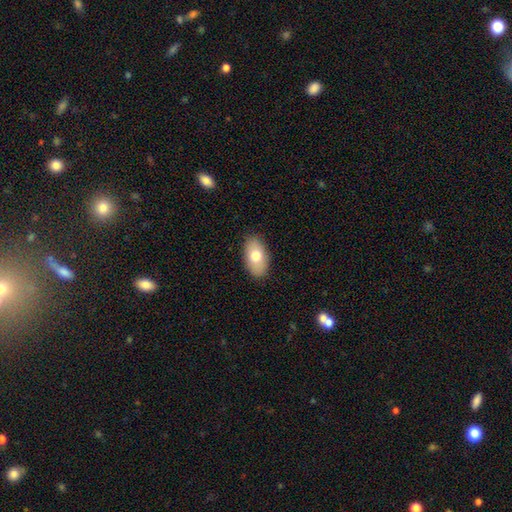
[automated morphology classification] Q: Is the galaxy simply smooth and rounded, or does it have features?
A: smooth — 74%.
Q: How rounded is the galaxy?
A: in between — 93%.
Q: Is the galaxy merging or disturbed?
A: none — 87%.